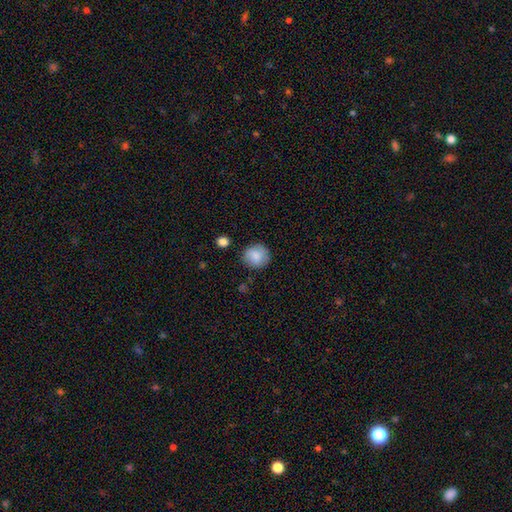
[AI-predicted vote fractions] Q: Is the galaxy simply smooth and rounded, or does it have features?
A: smooth — 84%.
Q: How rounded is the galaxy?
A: round — 89%.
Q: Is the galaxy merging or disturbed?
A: none — 83%.